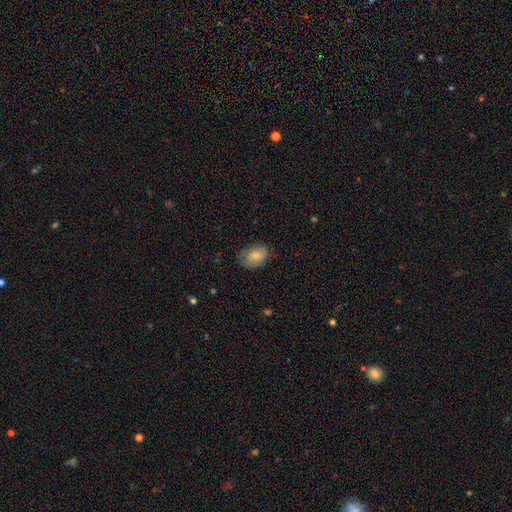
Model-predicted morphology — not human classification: Smooth or featured?
  - smooth: 73% *
  - featured or disk: 20%
  - star or artifact: 7%
How rounded?
  - in between: 79% *
  - round: 20%
  - cigar-shaped: 1%
Merging?
  - none: 68% *
  - minor disturbance: 24%
  - major disturbance: 6%
  - merger: 1%